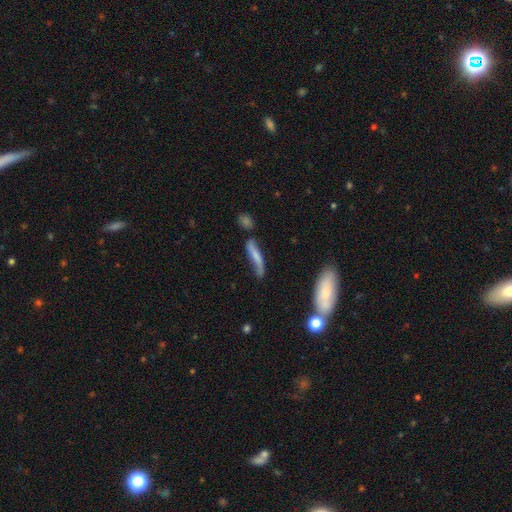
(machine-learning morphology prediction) This appears to be a smooth galaxy with no disk features (55%) that is cigar-shaped (82%). Merging: none (51%).